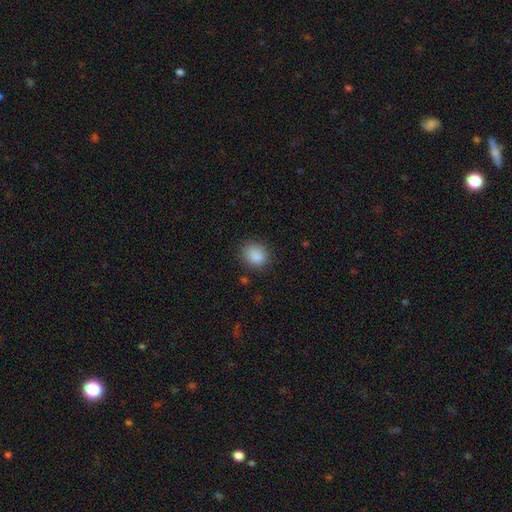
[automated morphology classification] This is clearly a smooth galaxy (87%). How rounded: likely round (60%). Merging: clearly none (83%).